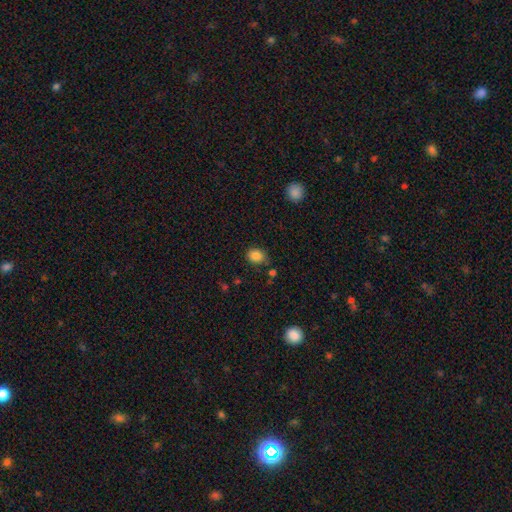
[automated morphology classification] Smooth or featured: smooth — 85% (star or artifact — 10%)
How rounded: in between — 50% (round — 49%)
Merging: none — 76% (minor disturbance — 16%)